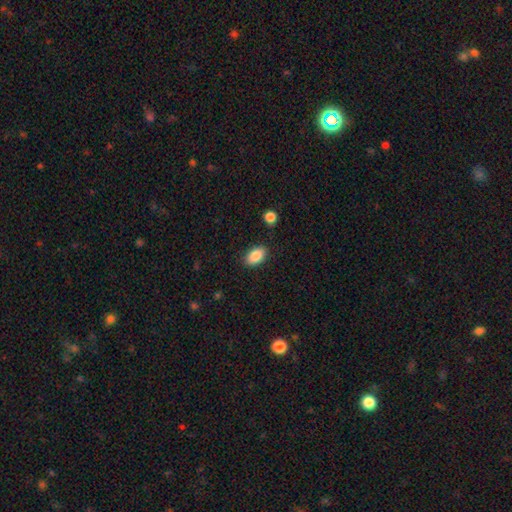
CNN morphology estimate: Smooth or featured? Predicted: smooth (p=0.88). How rounded? Predicted: in between (p=0.92). Merging? Predicted: none (p=0.86).